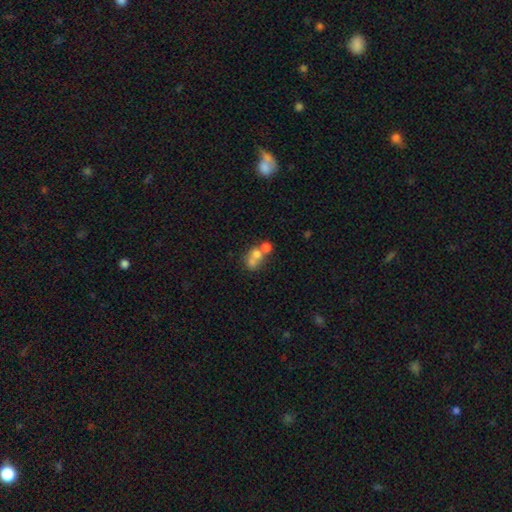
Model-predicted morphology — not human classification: smooth-or-featured: smooth: 62% | featured or disk: 24% | star or artifact: 14%
  how-rounded: round: 54% | in between: 44% | cigar-shaped: 2%
  merging: merger: 60% | none: 25% | minor disturbance: 8% | major disturbance: 7%